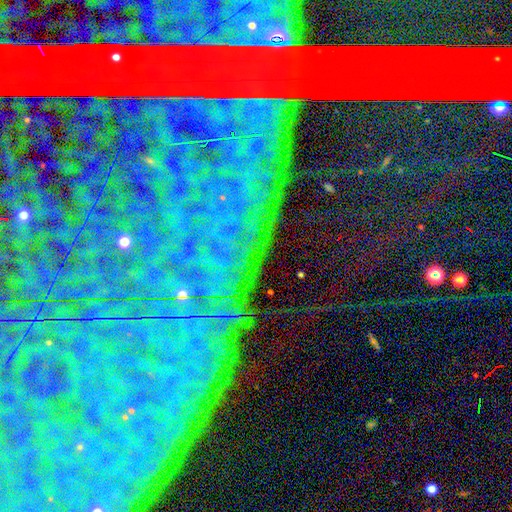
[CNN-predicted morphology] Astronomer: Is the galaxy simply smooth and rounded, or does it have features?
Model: star or artifact — 83%.